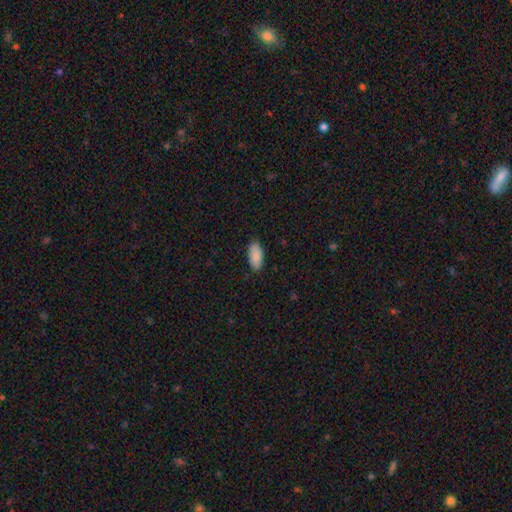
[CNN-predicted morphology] smooth_or_featured: smooth (p=0.89) [alt: star or artifact p=0.06]
how_rounded: in between (p=0.92) [alt: cigar-shaped p=0.06]
merging: none (p=0.88) [alt: minor disturbance p=0.09]